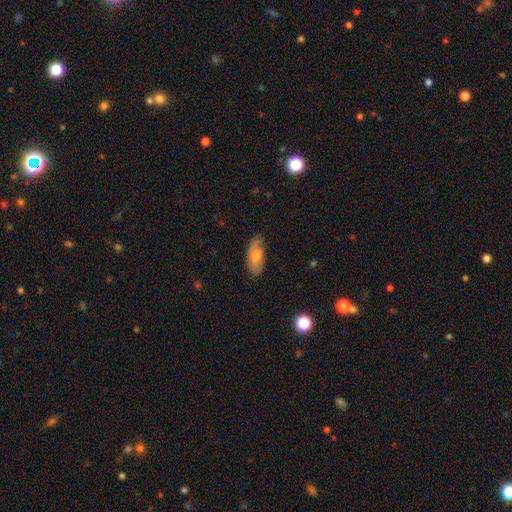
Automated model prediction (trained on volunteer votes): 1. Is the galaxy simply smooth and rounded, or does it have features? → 69% smooth, 24% featured or disk, 6% star or artifact.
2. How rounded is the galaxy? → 86% in between, 12% cigar-shaped, 2% round.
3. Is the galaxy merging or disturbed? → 70% none, 24% minor disturbance, 5% major disturbance, 1% merger.